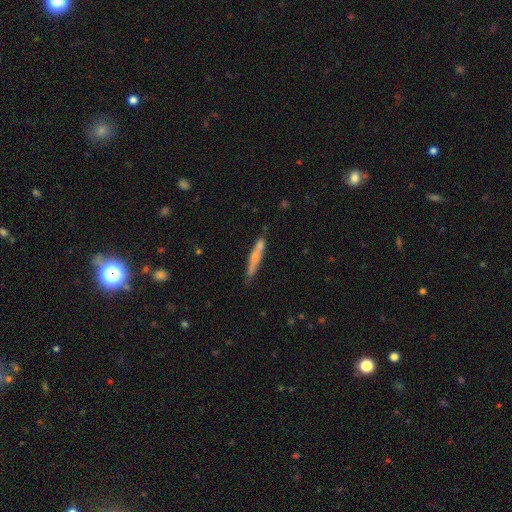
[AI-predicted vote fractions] smooth 49%, featured or disk 44%, star or artifact 7%. Down the decision tree: merging — none (71%).